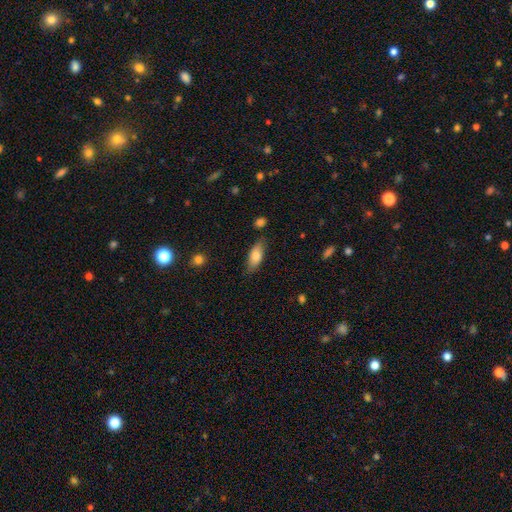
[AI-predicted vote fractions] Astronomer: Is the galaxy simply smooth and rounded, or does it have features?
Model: smooth — 77%.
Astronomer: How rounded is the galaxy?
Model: in between — 79%.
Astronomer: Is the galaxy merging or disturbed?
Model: none — 78%.